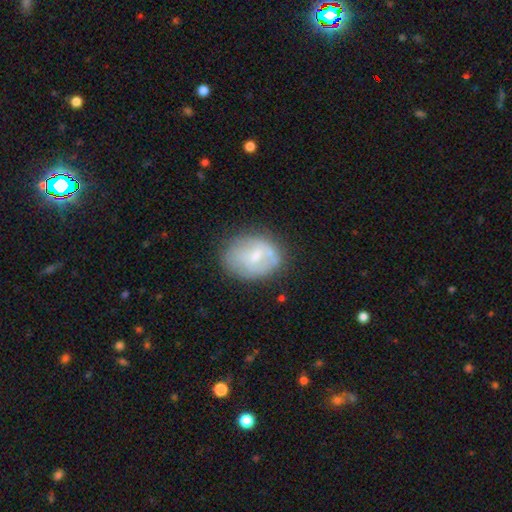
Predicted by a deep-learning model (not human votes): smooth 50%, featured or disk 43%, star or artifact 8%. Down the decision tree: merging — none (61%).